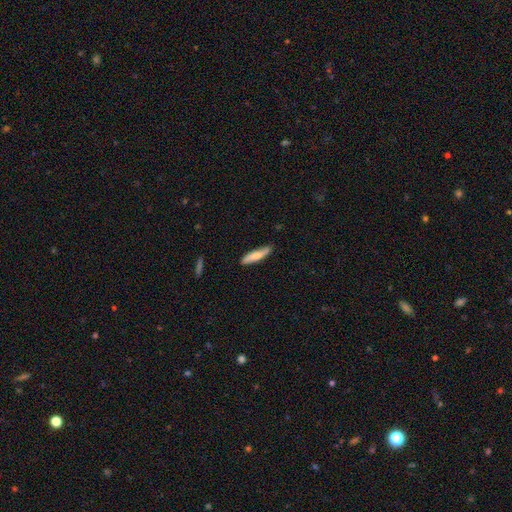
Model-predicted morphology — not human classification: smooth-or-featured: smooth: 67% | featured or disk: 27% | star or artifact: 5%
  how-rounded: cigar-shaped: 80% | in between: 18% | round: 2%
  merging: none: 80% | minor disturbance: 16% | major disturbance: 2% | merger: 1%